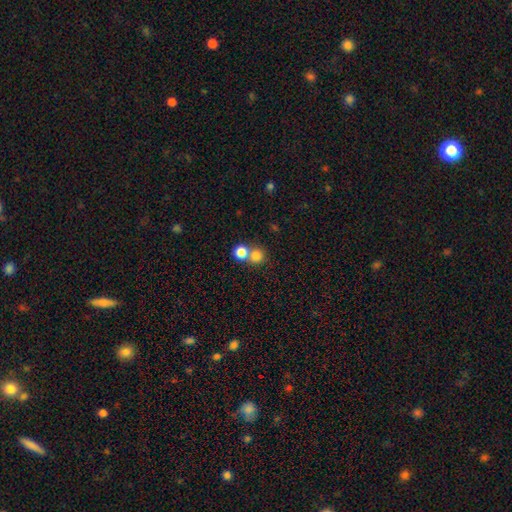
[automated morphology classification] type=smooth (80%); roundness=round (90%); merging=none (50%).